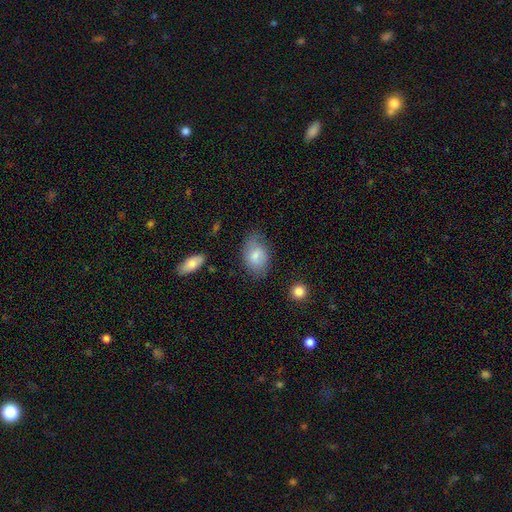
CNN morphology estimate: smooth_or_featured: smooth (p=0.72) [alt: featured or disk p=0.22]
how_rounded: in between (p=0.85) [alt: round p=0.14]
merging: none (p=0.65) [alt: minor disturbance p=0.26]